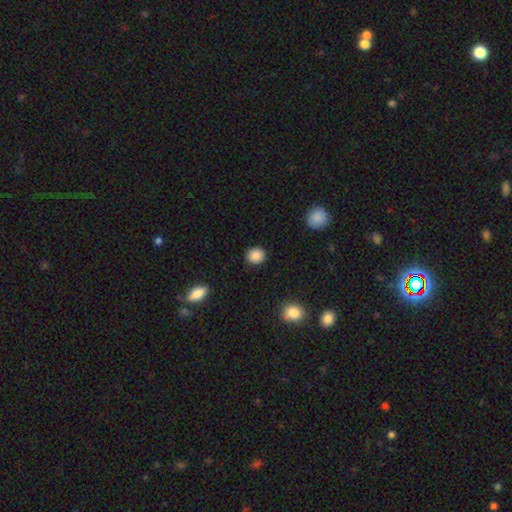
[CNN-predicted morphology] Smooth or featured? smooth (88%)
How rounded? round (84%)
Merging? none (90%)